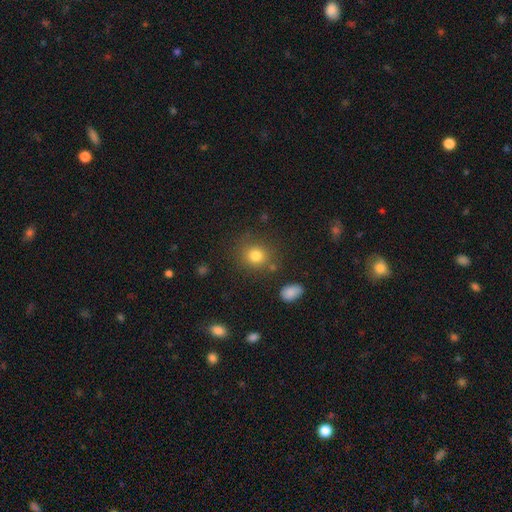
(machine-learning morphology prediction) Smooth or featured: smooth — 80% (star or artifact — 13%)
How rounded: round — 81% (in between — 18%)
Merging: none — 79% (minor disturbance — 11%)